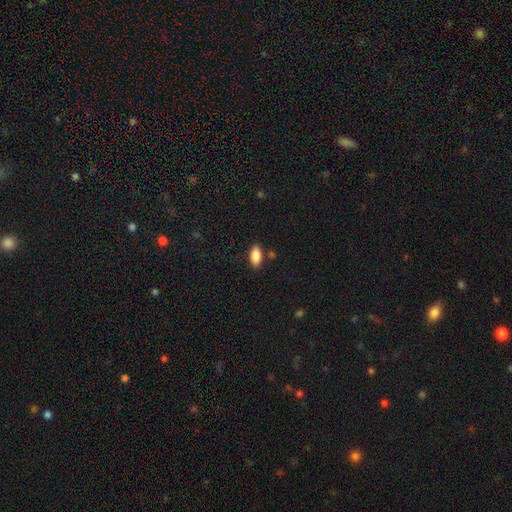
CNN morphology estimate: smooth_or_featured: smooth (p=0.87) [alt: star or artifact p=0.07]
how_rounded: in between (p=0.90) [alt: cigar-shaped p=0.07]
merging: none (p=0.84) [alt: minor disturbance p=0.10]